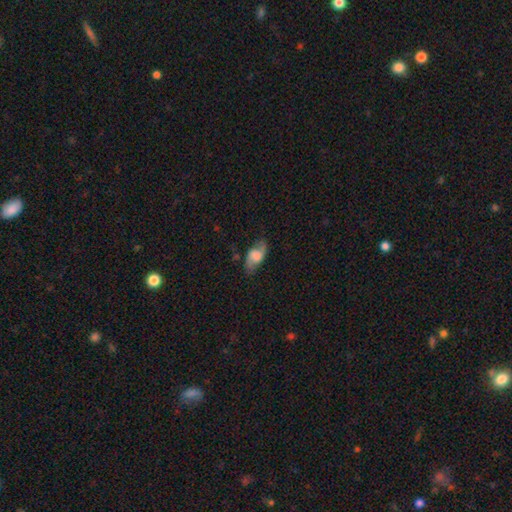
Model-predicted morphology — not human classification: smooth_or_featured: smooth (p=0.52) [alt: featured or disk p=0.40]
how_rounded: in between (p=0.88) [alt: cigar-shaped p=0.06]
merging: none (p=0.72) [alt: minor disturbance p=0.20]